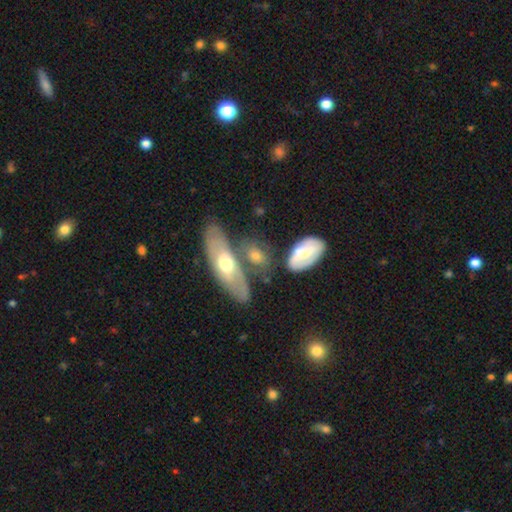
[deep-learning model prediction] A smooth galaxy with no disk features (51%) that is in between round and cigar-shaped (65%). Merging: none (52%).